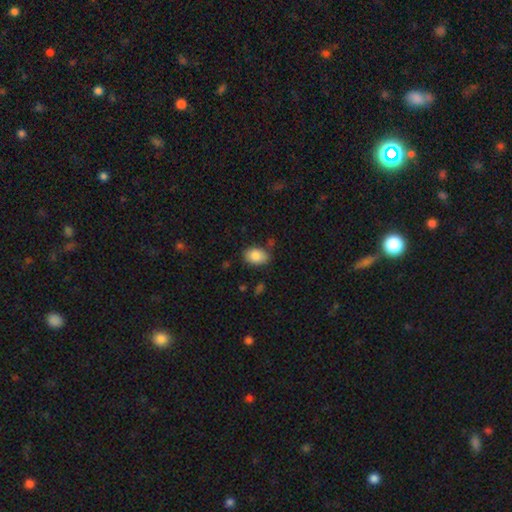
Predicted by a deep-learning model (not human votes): Smooth or featured? smooth (86%)
How rounded? in between (84%)
Merging? none (79%)